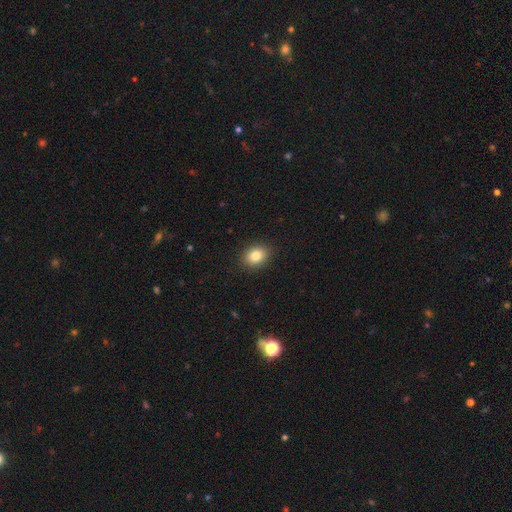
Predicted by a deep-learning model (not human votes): This is clearly a smooth galaxy (83%). How rounded: possibly in between (53%). Merging: clearly none (90%).